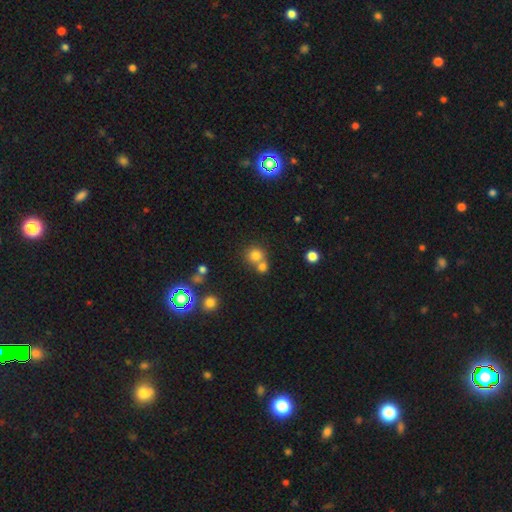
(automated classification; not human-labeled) A smooth galaxy with no disk features (76%) that is round (88%). Merging: none (49%).